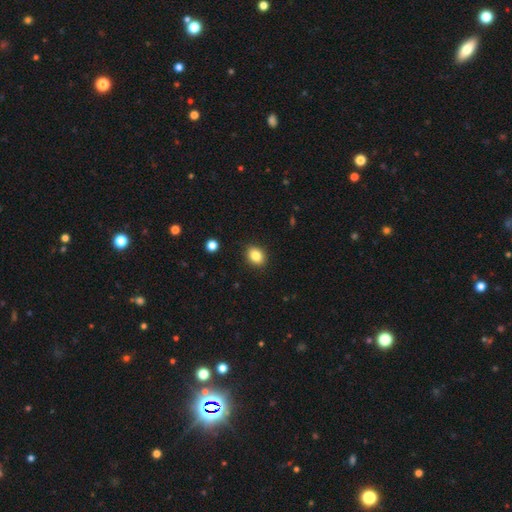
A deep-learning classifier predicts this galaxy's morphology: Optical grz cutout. It shows a smooth galaxy with no disk features (85%) that is in between round and cigar-shaped (59%). Merging: none (89%).